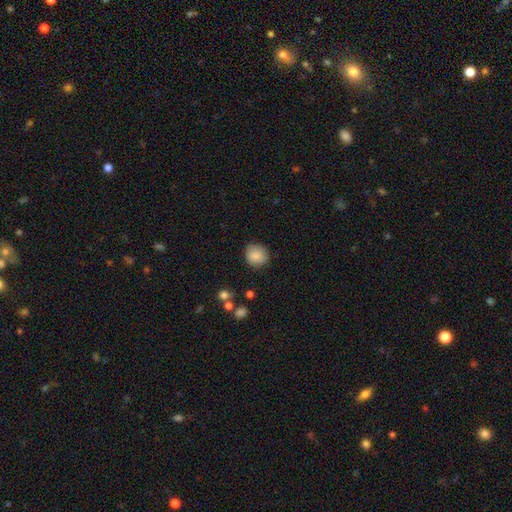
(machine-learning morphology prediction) Overall: smooth (86%). How rounded: round (85%). Merging: none (82%).